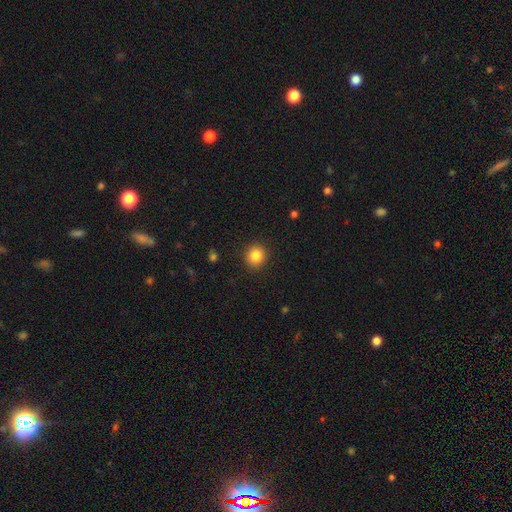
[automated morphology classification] Overall: smooth (85%). How rounded: round (87%). Merging: none (91%).